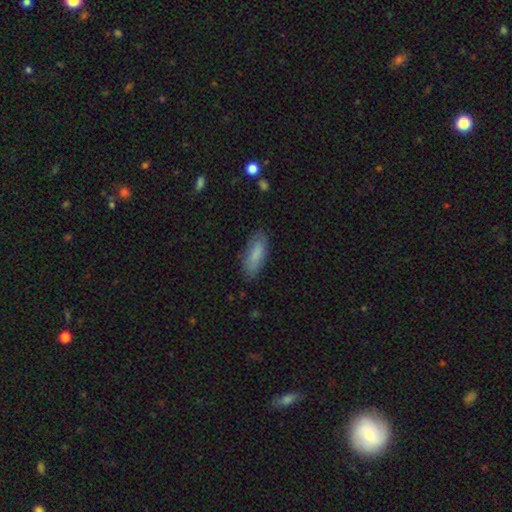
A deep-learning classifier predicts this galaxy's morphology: Smooth or featured?
  - smooth: 82% *
  - featured or disk: 11%
  - star or artifact: 6%
How rounded?
  - in between: 67% *
  - cigar-shaped: 31%
  - round: 2%
Merging?
  - none: 81% *
  - minor disturbance: 15%
  - major disturbance: 3%
  - merger: 1%